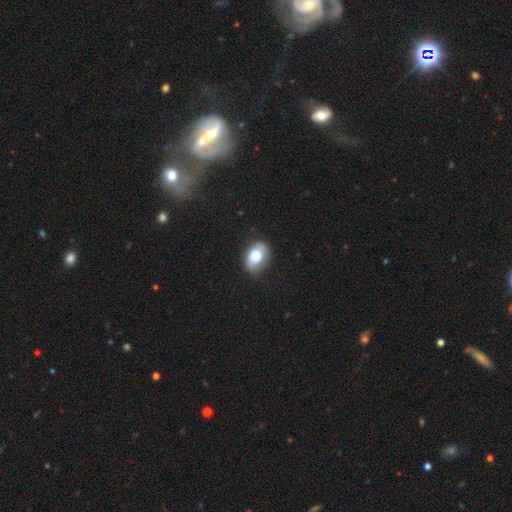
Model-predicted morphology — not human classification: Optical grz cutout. It shows a smooth galaxy with no disk features (72%) that is in between round and cigar-shaped (73%). Merging: none (77%).